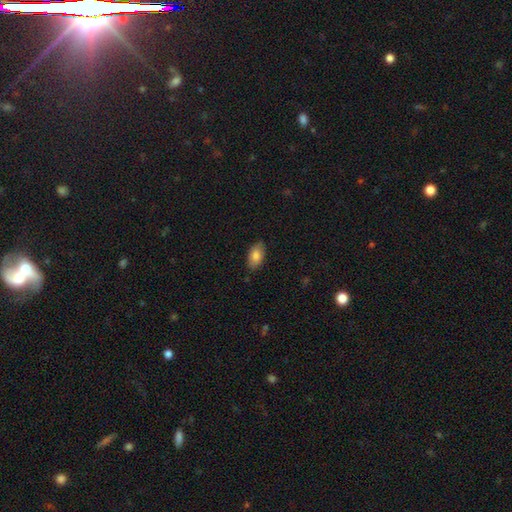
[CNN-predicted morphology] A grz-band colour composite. It shows a smooth galaxy with no disk features (84%) that is in between round and cigar-shaped (93%). Merging: none (82%).